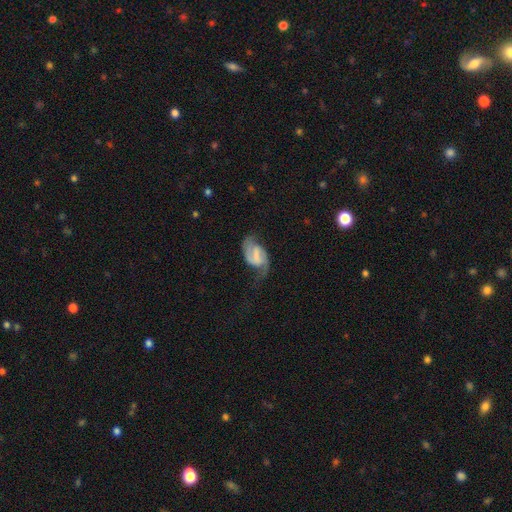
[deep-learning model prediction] Smooth or featured?
  - featured or disk: 80% *
  - smooth: 13%
  - star or artifact: 6%
Edge-on disk?
  - no: 98% *
  - yes: 2%
Bar?
  - weak: 47% *
  - strong: 35%
  - no: 18%
Spiral arms?
  - yes: 95% *
  - no: 5%
Spiral winding?
  - medium: 46% *
  - loose: 36%
  - tight: 18%
Spiral arm count?
  - 2: 90% *
  - 1: 4%
  - can't tell: 3%
  - 3: 1%
  - 4: 1%
  - more than 4: 1%
Bulge size?
  - none: 54% *
  - small: 24%
  - moderate: 15%
  - large: 6%
  - dominant: 2%
Merging?
  - none: 58% *
  - minor disturbance: 23%
  - major disturbance: 17%
  - merger: 2%